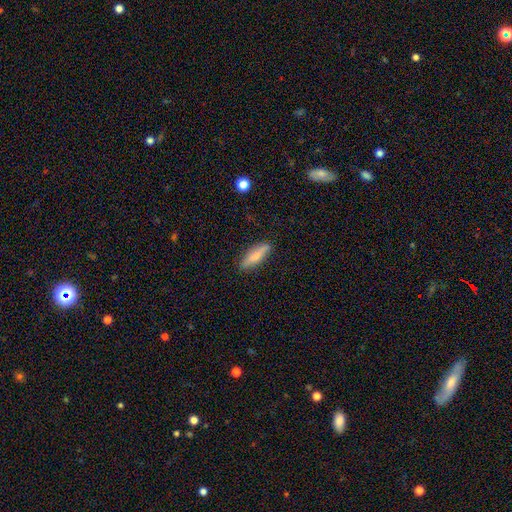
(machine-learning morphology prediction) Smooth or featured: smooth — 77% (featured or disk — 17%)
How rounded: cigar-shaped — 62% (in between — 36%)
Merging: none — 84% (minor disturbance — 12%)